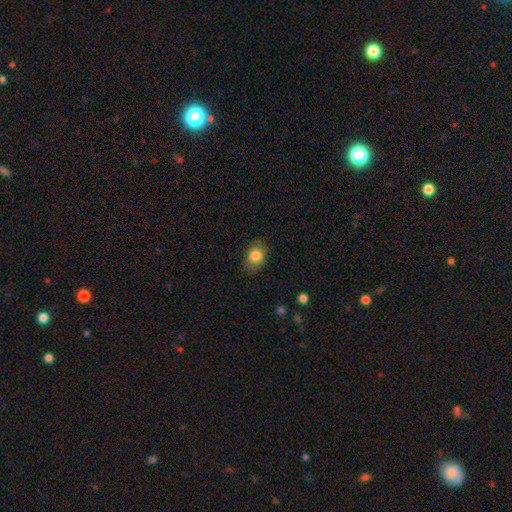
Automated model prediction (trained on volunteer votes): This is clearly a smooth galaxy (83%). How rounded: likely in between (63%). Merging: clearly none (81%).